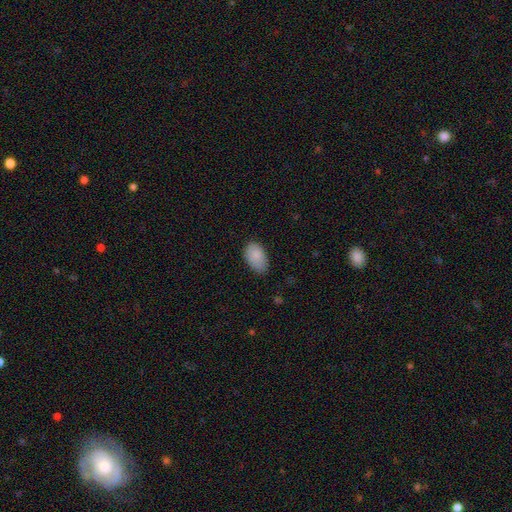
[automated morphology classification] smooth 87%, star or artifact 7%, featured or disk 6%. Down the decision tree: how rounded — in between (93%); merging — none (70%).